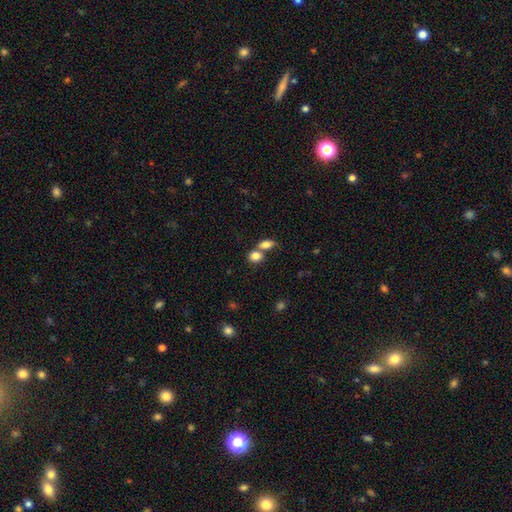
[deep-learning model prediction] Morphology: type=smooth (83%); roundness=in between (49%, tied with round); merging=merger (44%).